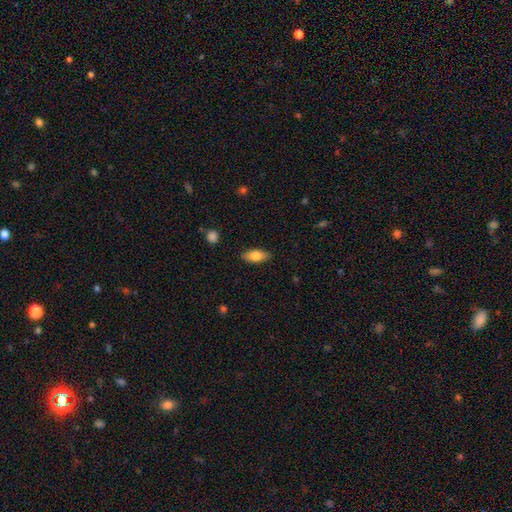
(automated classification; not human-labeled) This appears to be a smooth galaxy with no disk features (77%) that is in between round and cigar-shaped (84%). Merging: none (87%).